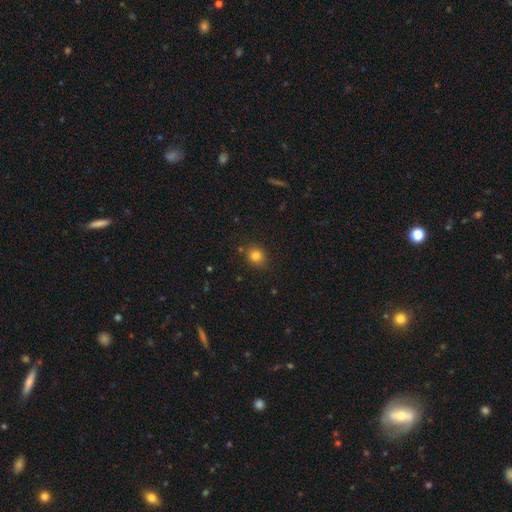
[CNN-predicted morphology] type=smooth (81%); roundness=round (72%); merging=none (83%).